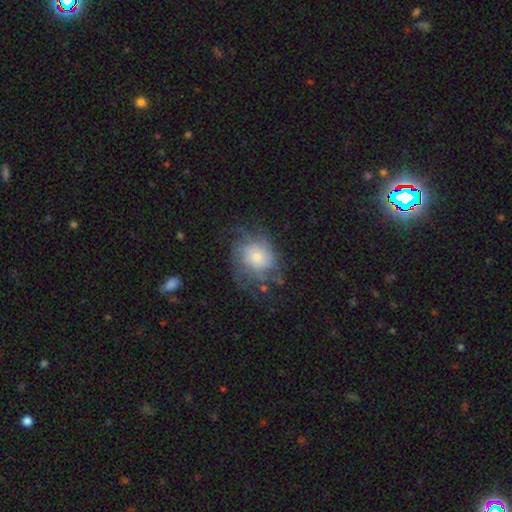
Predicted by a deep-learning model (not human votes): Smooth or featured? featured or disk (54%)
Edge-on disk? no (96%)
Bar? no (82%)
Spiral arms? yes (77%)
Bulge size? moderate (40%)
Merging? none (55%)